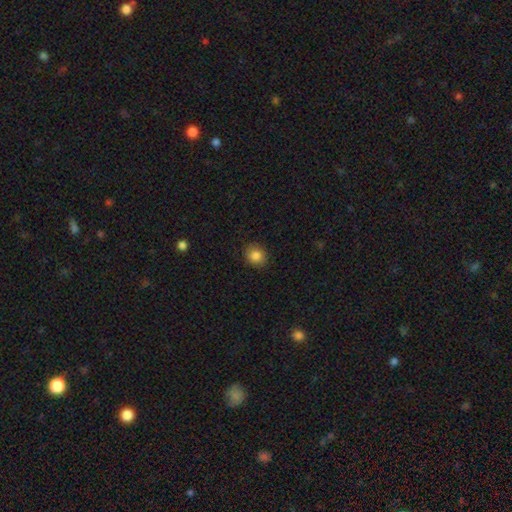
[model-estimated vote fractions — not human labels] Smooth or featured: smooth — 84% (star or artifact — 10%)
How rounded: round — 77% (in between — 22%)
Merging: none — 88% (minor disturbance — 9%)